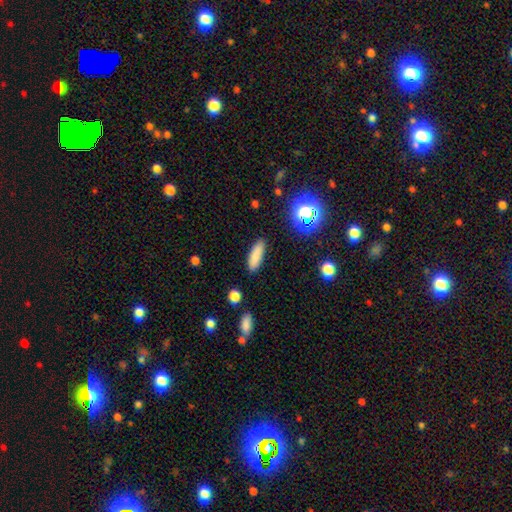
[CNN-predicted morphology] Smooth or featured?
  - smooth: 85% *
  - star or artifact: 9%
  - featured or disk: 6%
How rounded?
  - cigar-shaped: 51% *
  - in between: 47%
  - round: 2%
Merging?
  - none: 88% *
  - minor disturbance: 8%
  - major disturbance: 2%
  - merger: 2%